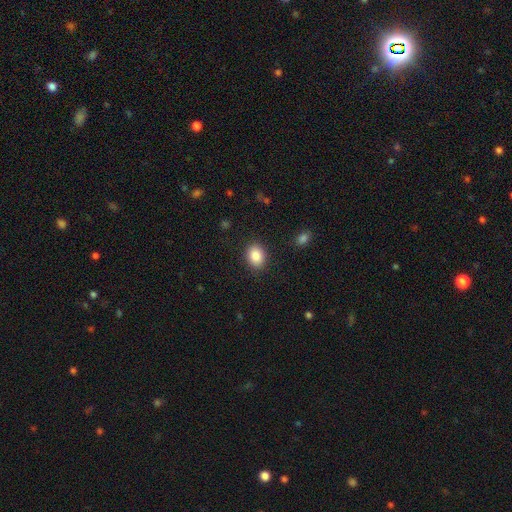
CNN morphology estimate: type=smooth (87%); roundness=in between (62%); merging=none (88%).